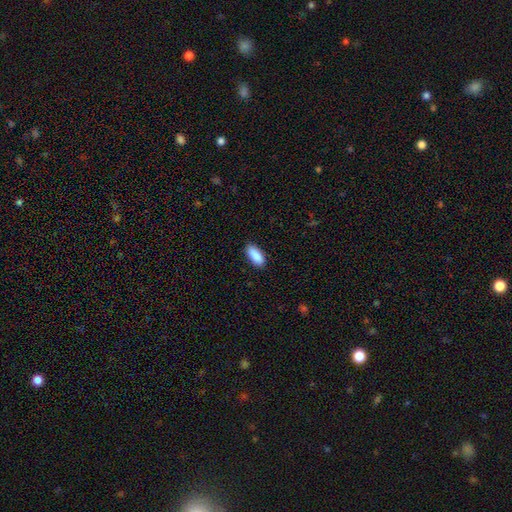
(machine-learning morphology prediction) smooth-or-featured: smooth: 90% | star or artifact: 6% | featured or disk: 4%
  how-rounded: in between: 82% | cigar-shaped: 16% | round: 2%
  merging: none: 86% | minor disturbance: 10% | major disturbance: 2% | merger: 1%